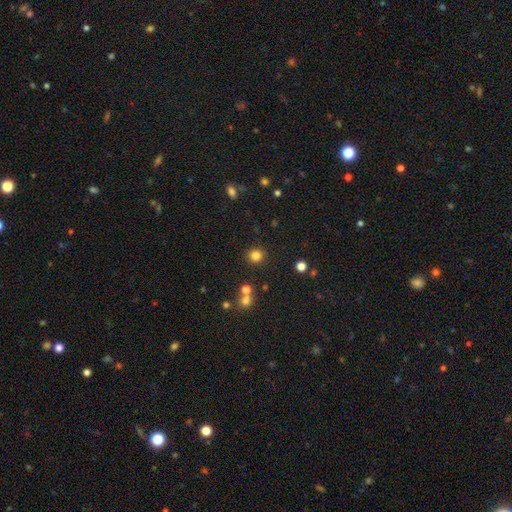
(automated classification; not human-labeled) Morphology: type=smooth (81%); roundness=round (90%); merging=none (87%).